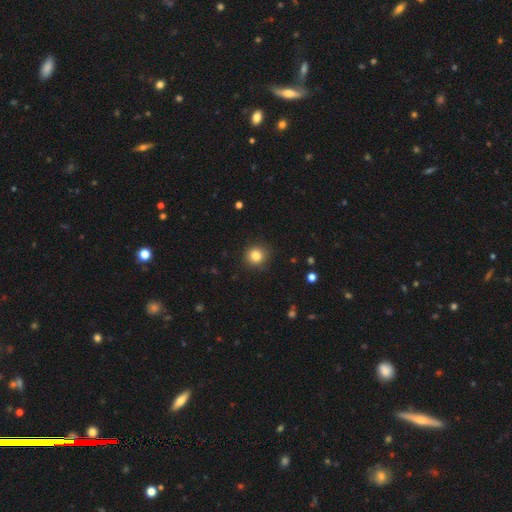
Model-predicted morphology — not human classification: The model was most divided on "smooth or featured": smooth: 84%, star or artifact: 11%, featured or disk: 5%. More confident: how rounded — round (93%); merging — none (89%).